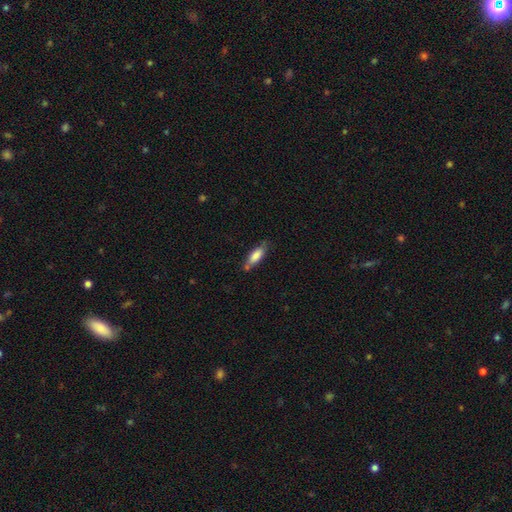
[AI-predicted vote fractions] A smooth galaxy with no disk features (79%) that is in between round and cigar-shaped (60%).

Vote fractions:
- Smooth or featured? smooth: 79% / featured or disk: 14% / star or artifact: 6%
- How rounded? in between: 60% / cigar-shaped: 38% / round: 2%
- Merging? none: 64% / minor disturbance: 23% / merger: 8% / major disturbance: 5%